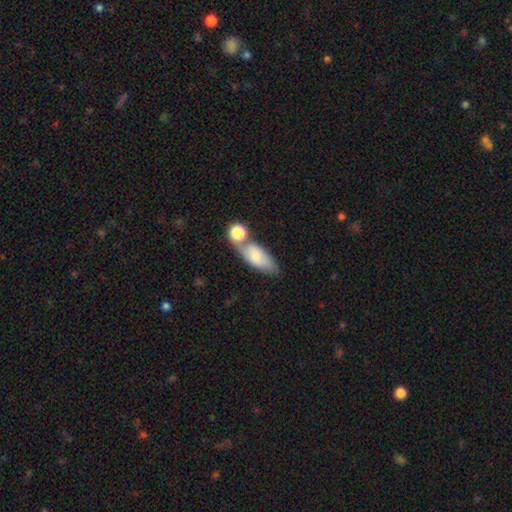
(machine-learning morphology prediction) Smooth or featured?
  - smooth: 68% *
  - featured or disk: 24%
  - star or artifact: 8%
How rounded?
  - in between: 79% *
  - cigar-shaped: 17%
  - round: 5%
Merging?
  - none: 39% *
  - merger: 35%
  - minor disturbance: 18%
  - major disturbance: 8%